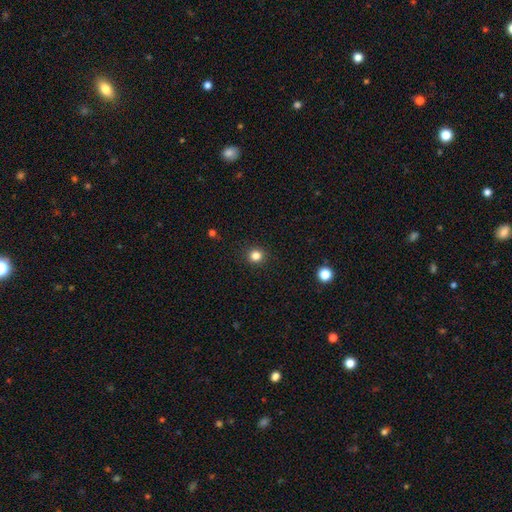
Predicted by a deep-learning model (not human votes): Smooth or featured: smooth — 82% (star or artifact — 13%)
How rounded: round — 90% (in between — 9%)
Merging: none — 92% (minor disturbance — 6%)